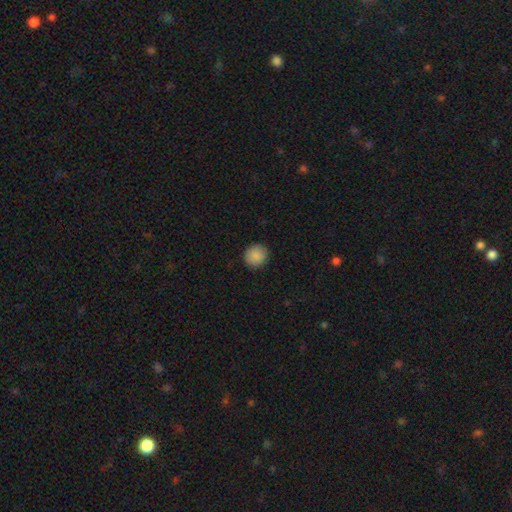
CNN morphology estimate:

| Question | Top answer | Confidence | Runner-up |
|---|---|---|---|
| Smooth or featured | smooth | 88% | star or artifact (8%) |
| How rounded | round | 88% | in between (11%) |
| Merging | none | 91% | minor disturbance (6%) |